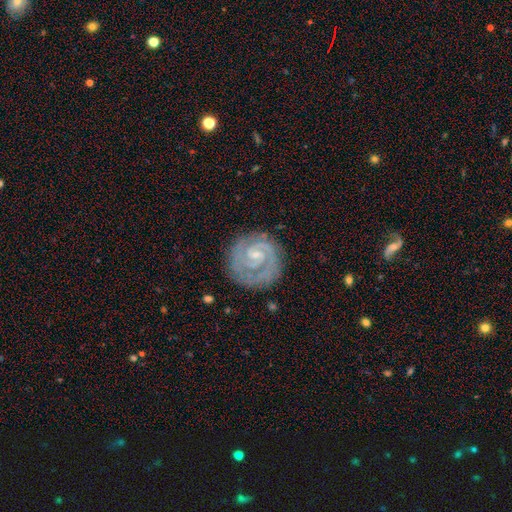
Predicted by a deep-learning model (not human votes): smooth-or-featured: featured or disk: 89% | smooth: 6% | star or artifact: 5%
  disk-edge-on: no: 98% | yes: 2%
    bar: weak: 48% | no: 39% | strong: 13%
    has-spiral-arms: yes: 98% | no: 2%
      spiral-winding: tight: 73% | medium: 24% | loose: 3%
      spiral-arm-count: 2: 78% | 3: 9% | can't tell: 6% | 1: 3% | 4: 2% | more than 4: 2%
    bulge-size: small: 68% | moderate: 20% | none: 10% | large: 1% | dominant: 1%
  merging: none: 79% | minor disturbance: 14% | major disturbance: 5% | merger: 1%